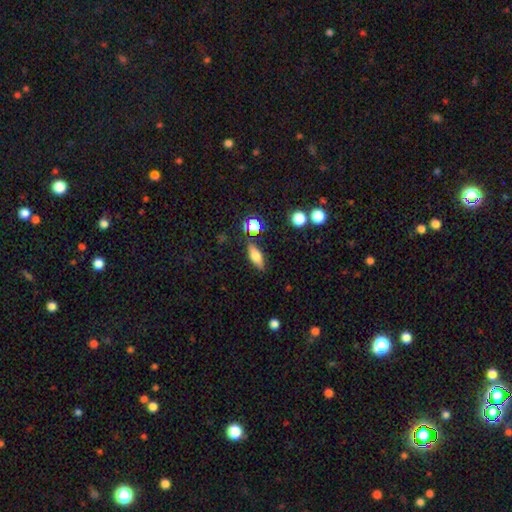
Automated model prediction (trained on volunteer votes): smooth-or-featured: smooth: 68% | featured or disk: 22% | star or artifact: 10%
  how-rounded: in between: 63% | cigar-shaped: 31% | round: 6%
  merging: none: 82% | minor disturbance: 11% | merger: 3% | major disturbance: 3%